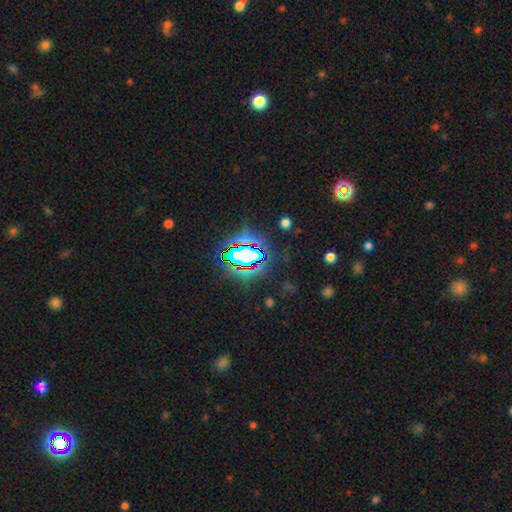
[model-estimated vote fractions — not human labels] Smooth or featured?
  - star or artifact: 81% *
  - smooth: 11%
  - featured or disk: 8%